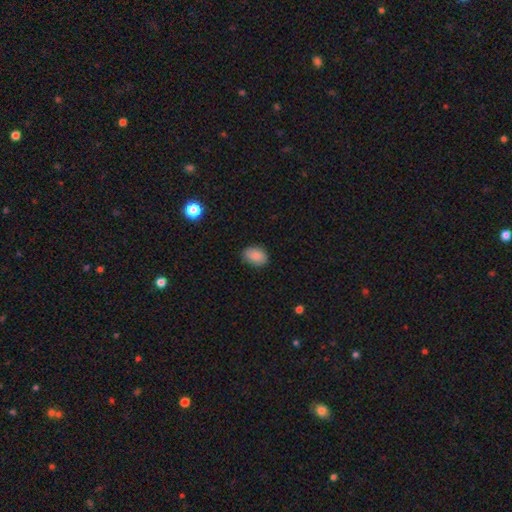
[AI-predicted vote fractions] Smooth or featured?
  - smooth: 87% *
  - star or artifact: 8%
  - featured or disk: 5%
How rounded?
  - in between: 80% *
  - round: 19%
  - cigar-shaped: 1%
Merging?
  - none: 84% *
  - minor disturbance: 12%
  - major disturbance: 2%
  - merger: 1%